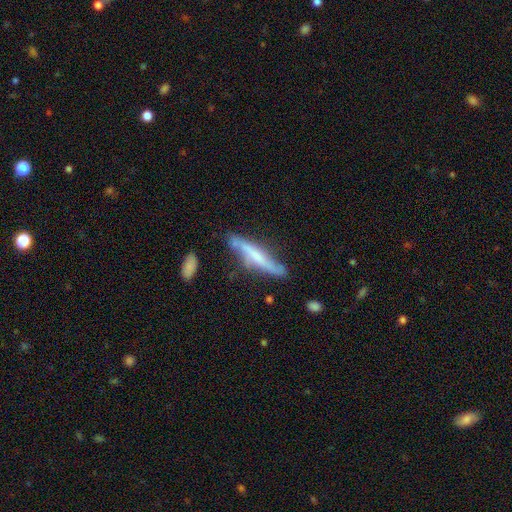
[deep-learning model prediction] The model was most divided on "smooth or featured": featured or disk: 57%, smooth: 37%, star or artifact: 7%. More confident: edge-on disk — yes (73%); merging — none (59%).